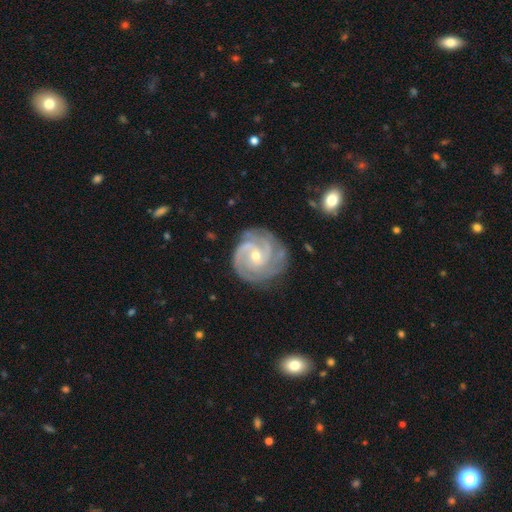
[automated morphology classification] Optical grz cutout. It shows a featured or disk galaxy (92%) with no bar (56%), 3 (44%) tight (68%) spiral arms (98%) and a small central bulge (59%). Merging: none (76%).